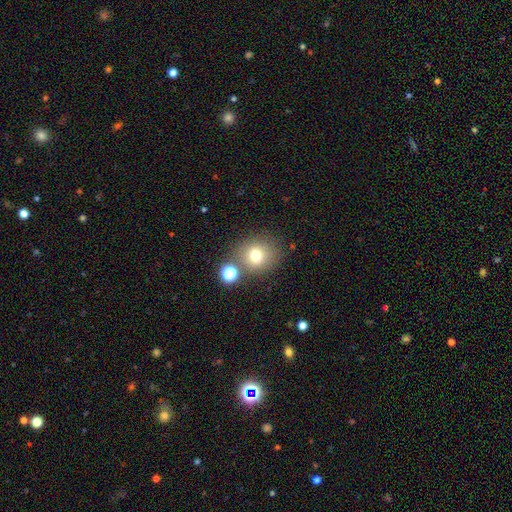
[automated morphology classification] smooth_or_featured: smooth (p=0.73) [alt: star or artifact p=0.15]
how_rounded: round (p=0.84) [alt: in between p=0.15]
merging: none (p=0.72) [alt: merger p=0.12]